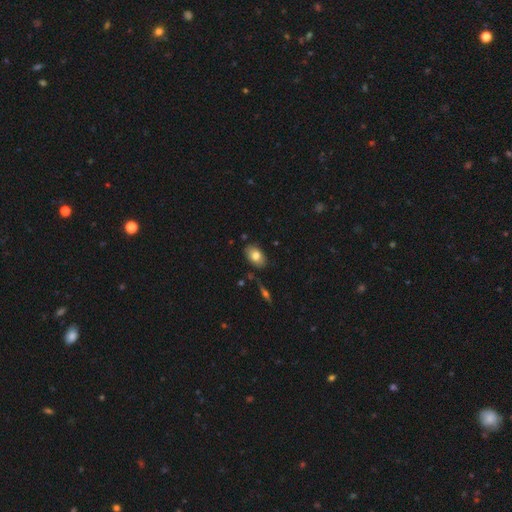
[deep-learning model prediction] Morphology: type=smooth (77%); roundness=in between (90%); merging=none (82%).